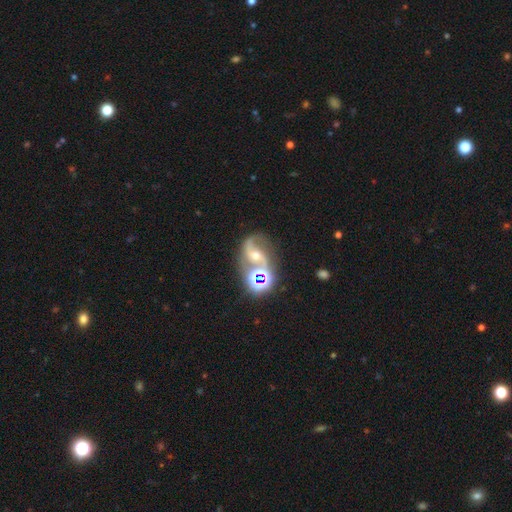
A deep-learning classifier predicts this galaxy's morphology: Smooth or featured? featured or disk (80%)
Edge-on disk? no (97%)
Bar? no (44%)
Spiral arms? yes (96%)
Spiral winding? loose (52%)
Spiral arm count? 2 (91%)
Bulge size? moderate (58%)
Merging? none (62%)